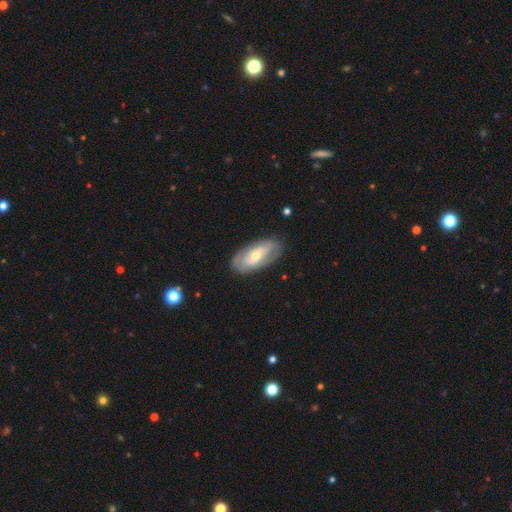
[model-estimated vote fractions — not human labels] This is possibly a featured or disk galaxy (56%). It is clearly not viewed edge-on (88%). Merging: clearly none (81%).